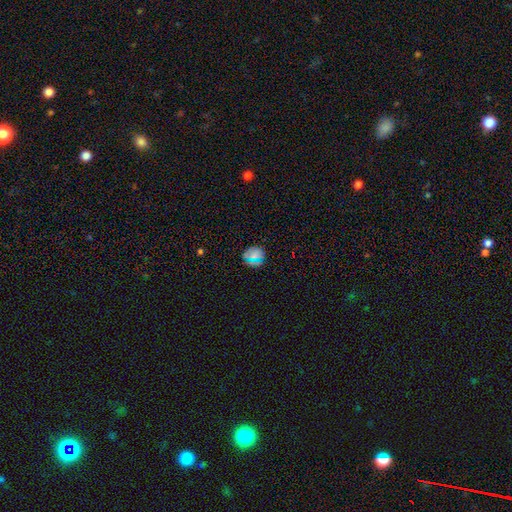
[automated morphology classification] Smooth or featured?
  - smooth: 69% *
  - star or artifact: 22%
  - featured or disk: 9%
How rounded?
  - round: 80% *
  - in between: 18%
  - cigar-shaped: 2%
Merging?
  - none: 85% *
  - minor disturbance: 10%
  - major disturbance: 3%
  - merger: 2%